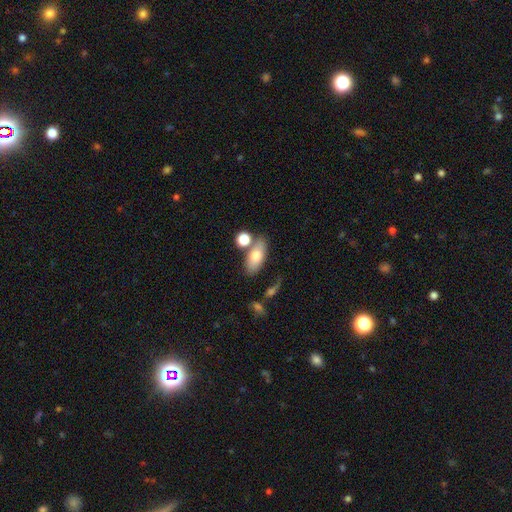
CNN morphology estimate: type=smooth (73%); roundness=in between (85%); merging=none (62%).